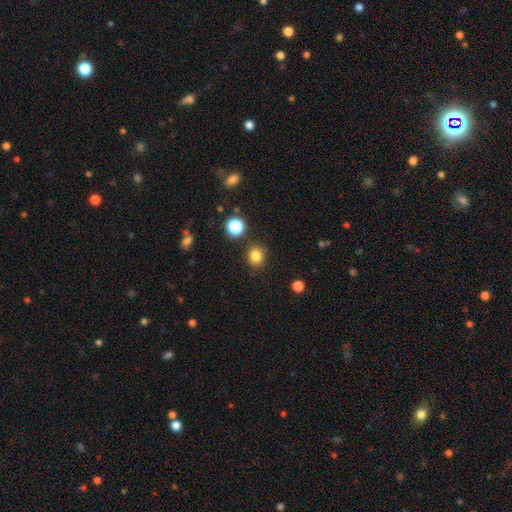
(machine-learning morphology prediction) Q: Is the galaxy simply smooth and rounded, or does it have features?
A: smooth — 83%.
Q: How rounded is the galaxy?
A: round — 78%.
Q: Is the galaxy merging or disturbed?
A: none — 86%.